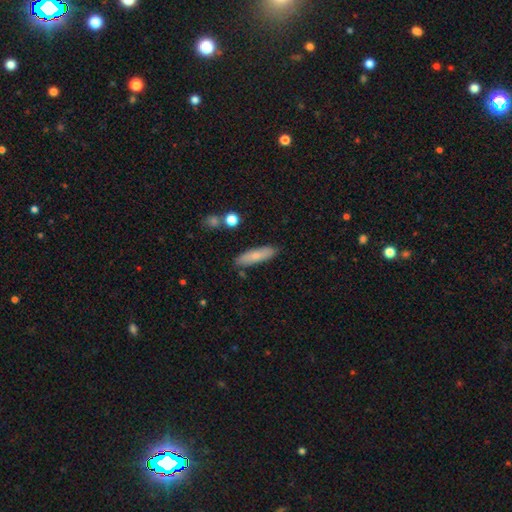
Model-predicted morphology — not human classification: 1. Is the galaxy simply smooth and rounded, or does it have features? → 72% smooth, 21% featured or disk, 7% star or artifact.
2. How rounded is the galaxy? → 66% cigar-shaped, 32% in between, 2% round.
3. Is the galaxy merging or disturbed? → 84% none, 11% minor disturbance, 3% merger, 2% major disturbance.